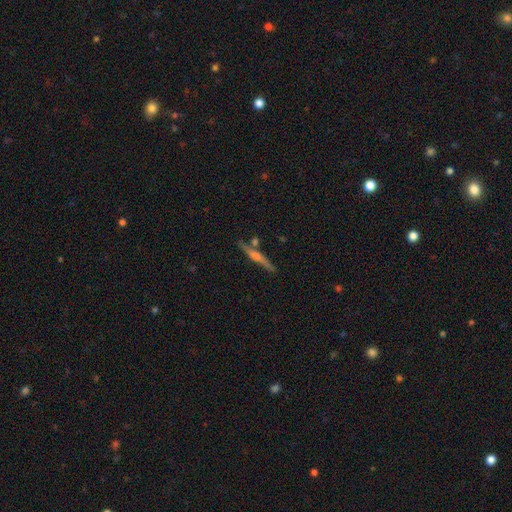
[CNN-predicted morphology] Q: Smooth or featured?
A: featured or disk (64%); runner-up: smooth (29%)
Q: Edge-on disk?
A: yes (96%); runner-up: no (4%)
Q: Edge-on bulge?
A: rounded (58%); runner-up: none (25%)
Q: Merging?
A: none (80%); runner-up: minor disturbance (12%)